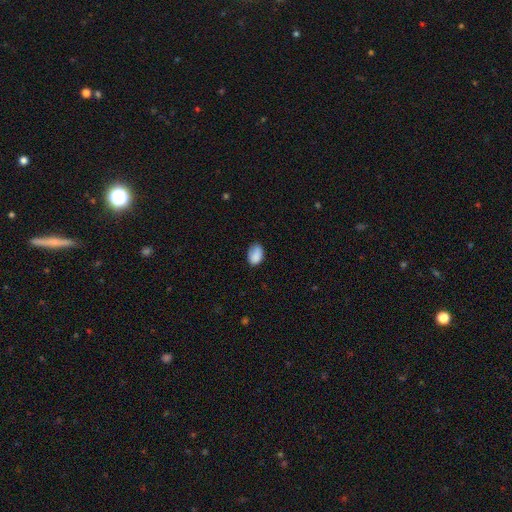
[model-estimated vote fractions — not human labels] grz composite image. It shows a smooth galaxy with no disk features (87%) that is in between round and cigar-shaped (86%). Merging: none (69%).